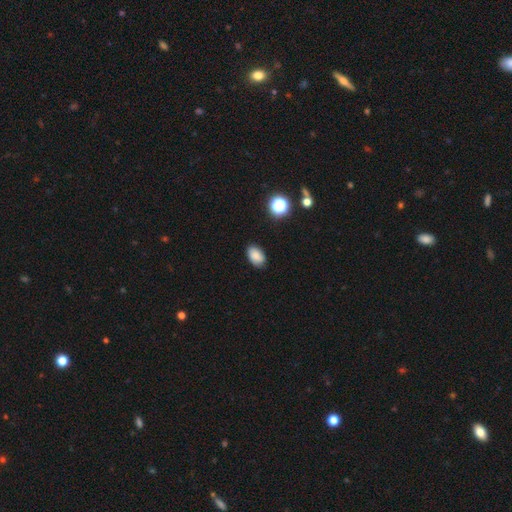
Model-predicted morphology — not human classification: This is clearly a smooth galaxy (83%). How rounded: clearly in between (90%). Merging: clearly none (84%).